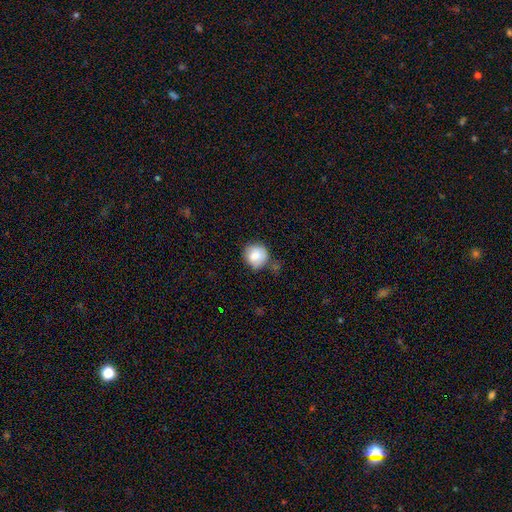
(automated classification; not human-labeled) smooth-or-featured: smooth: 84% | featured or disk: 8% | star or artifact: 8%
  how-rounded: round: 89% | in between: 10% | cigar-shaped: 1%
  merging: none: 63% | minor disturbance: 26% | major disturbance: 6% | merger: 5%